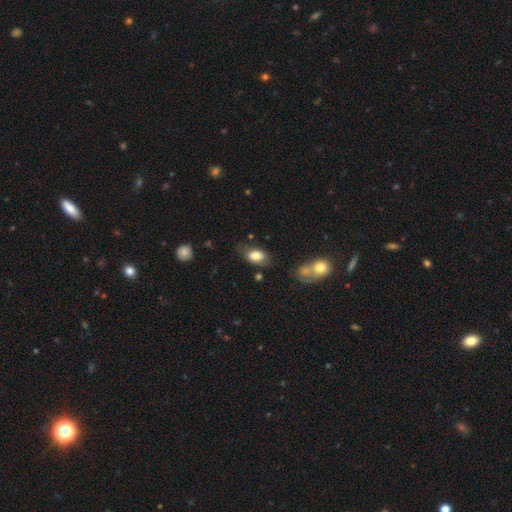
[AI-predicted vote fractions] Morphology: type=smooth (82%); roundness=in between (88%); merging=none (64%).